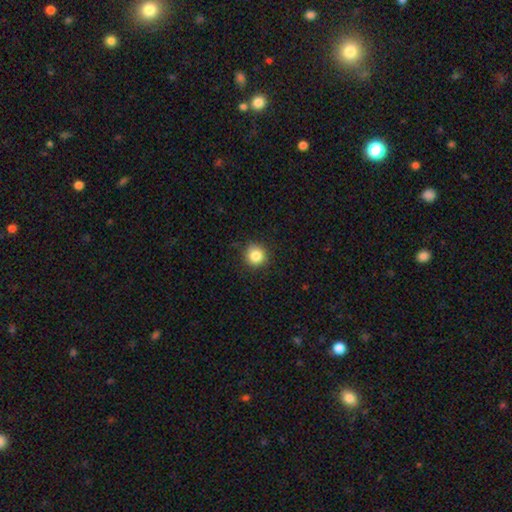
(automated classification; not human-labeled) Smooth or featured?
  - smooth: 84% *
  - star or artifact: 10%
  - featured or disk: 5%
How rounded?
  - round: 93% *
  - in between: 6%
  - cigar-shaped: 1%
Merging?
  - none: 88% *
  - minor disturbance: 9%
  - major disturbance: 2%
  - merger: 1%